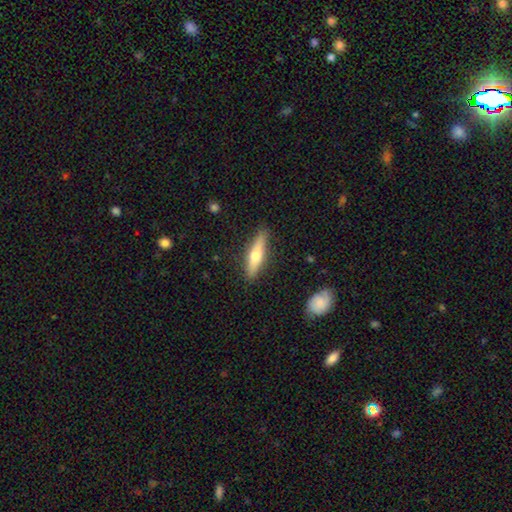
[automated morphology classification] Smooth or featured? Predicted: smooth (p=0.52). How rounded? Predicted: cigar-shaped (p=0.77). Merging? Predicted: none (p=0.87).